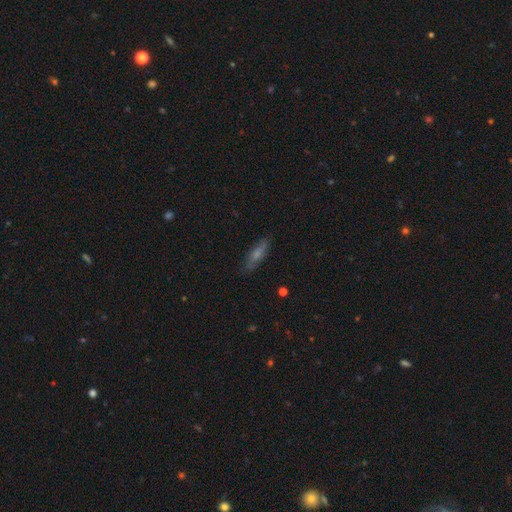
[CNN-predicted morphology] Smooth or featured?
  - smooth: 47% *
  - featured or disk: 37%
  - star or artifact: 16%
Merging?
  - none: 84% *
  - minor disturbance: 12%
  - major disturbance: 3%
  - merger: 1%